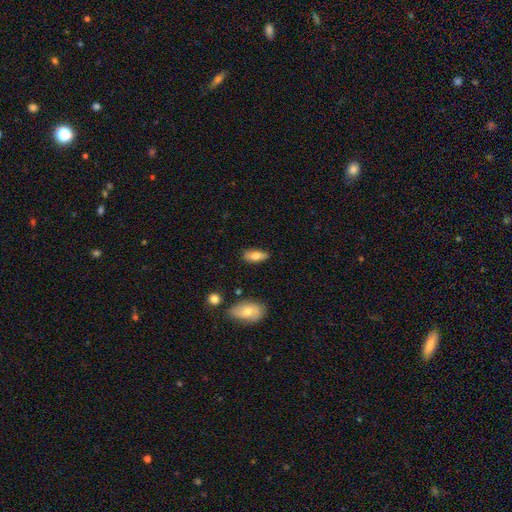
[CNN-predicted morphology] Overall: smooth (70%). How rounded: in between (75%). Merging: none (82%).